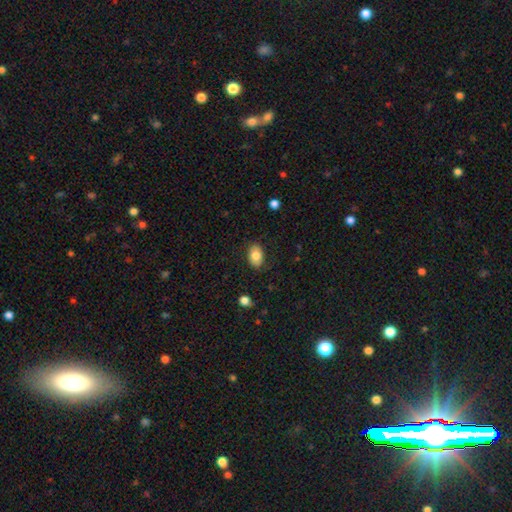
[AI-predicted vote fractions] This appears to be a smooth galaxy with no disk features (82%) that is in between round and cigar-shaped (86%). Merging: none (85%).